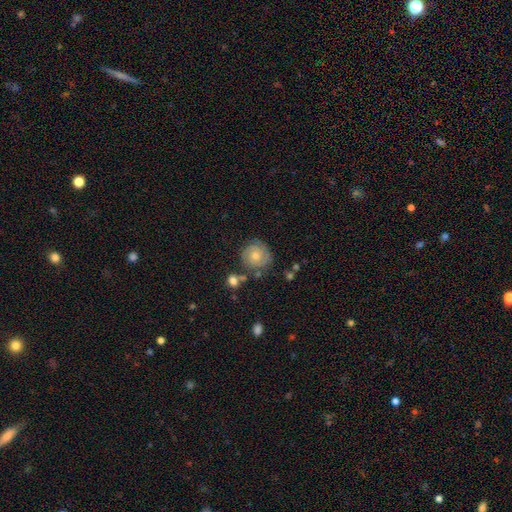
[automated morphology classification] Smooth or featured?
  - featured or disk: 62% *
  - smooth: 30%
  - star or artifact: 8%
Edge-on disk?
  - no: 98% *
  - yes: 2%
Bar?
  - no: 79% *
  - weak: 18%
  - strong: 3%
Spiral arms?
  - yes: 88% *
  - no: 12%
Spiral winding?
  - tight: 69% *
  - medium: 24%
  - loose: 7%
Spiral arm count?
  - 2: 58% *
  - can't tell: 21%
  - 3: 11%
  - 1: 4%
  - 4: 3%
  - more than 4: 2%
Bulge size?
  - moderate: 53% *
  - small: 40%
  - large: 3%
  - none: 3%
  - dominant: 1%
Merging?
  - none: 75% *
  - minor disturbance: 15%
  - major disturbance: 5%
  - merger: 5%